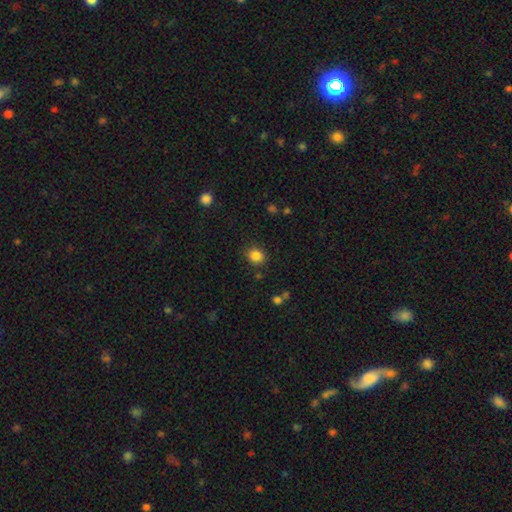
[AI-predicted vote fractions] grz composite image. It shows a smooth galaxy with no disk features (85%) that is round (74%). Merging: none (85%).